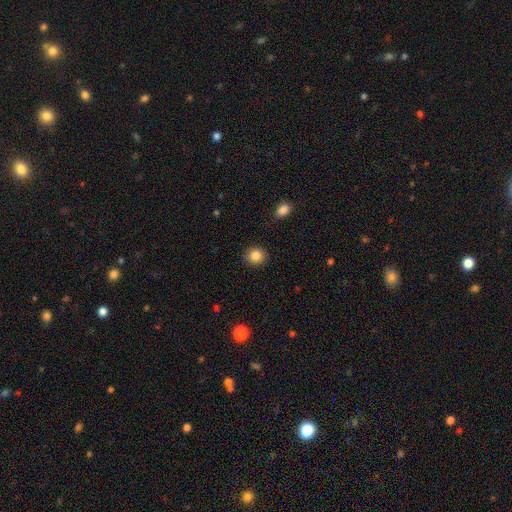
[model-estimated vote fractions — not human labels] Morphology: type=smooth (85%); roundness=round (82%); merging=none (89%).